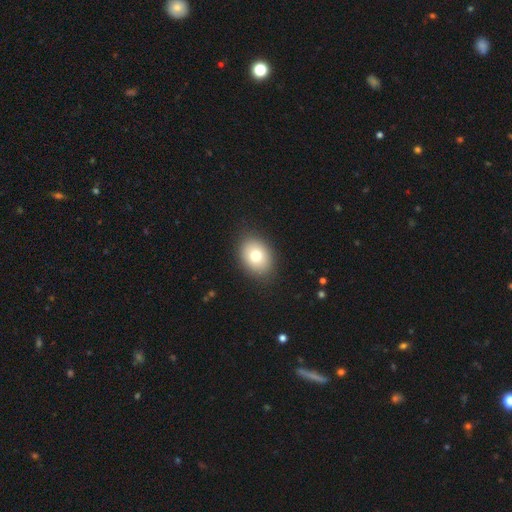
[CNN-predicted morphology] smooth-or-featured: smooth: 76% | featured or disk: 14% | star or artifact: 10%
  how-rounded: in between: 65% | round: 34% | cigar-shaped: 1%
  merging: none: 88% | minor disturbance: 9% | major disturbance: 3% | merger: 1%